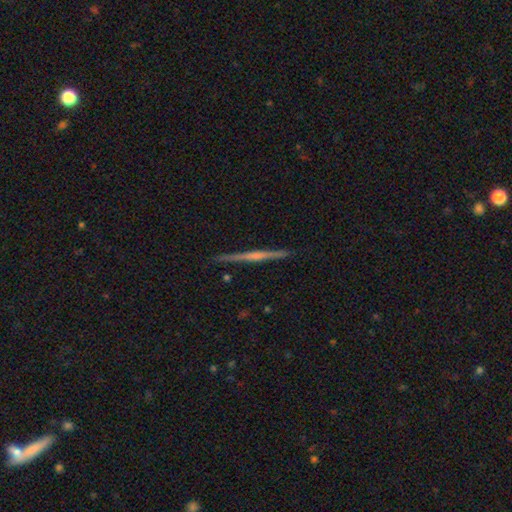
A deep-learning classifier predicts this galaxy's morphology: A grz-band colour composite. It shows a featured or disk galaxy (71%) viewed edge-on (98%) with no central bulge (50%). Merging: none (92%).